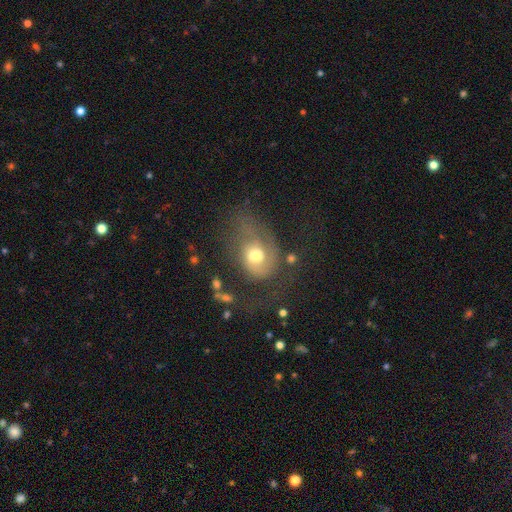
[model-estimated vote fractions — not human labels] smooth_or_featured: featured or disk (p=0.51) [alt: smooth p=0.40]
disk_edge_on: no (p=0.96) [alt: yes p=0.04]
merging: major disturbance (p=0.40) [alt: none p=0.32]